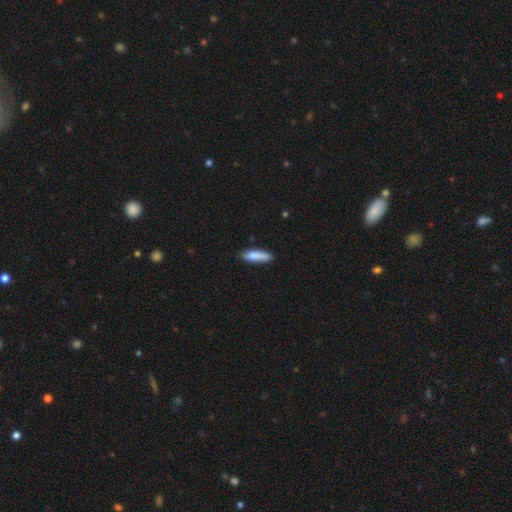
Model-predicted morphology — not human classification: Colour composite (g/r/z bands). It shows a smooth galaxy with no disk features (85%) that is cigar-shaped (67%). Merging: none (80%).